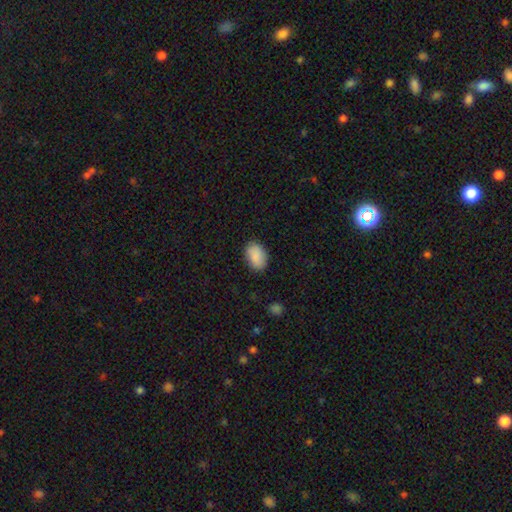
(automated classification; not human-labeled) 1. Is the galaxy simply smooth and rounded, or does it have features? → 89% smooth, 7% star or artifact, 5% featured or disk.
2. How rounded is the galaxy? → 88% in between, 11% round, 1% cigar-shaped.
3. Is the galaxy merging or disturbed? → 84% none, 12% minor disturbance, 3% major disturbance, 1% merger.